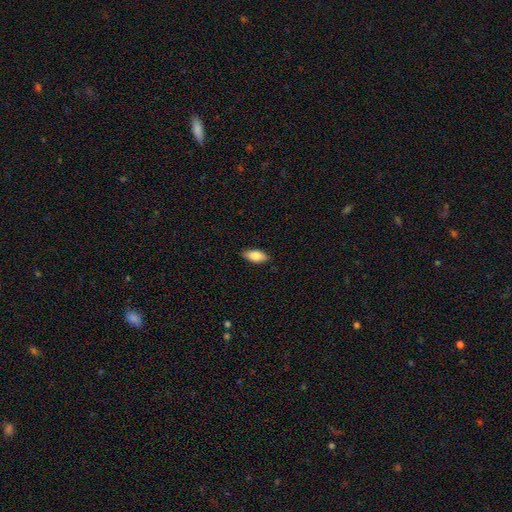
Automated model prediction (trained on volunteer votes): A smooth galaxy with no disk features (84%) that is in between round and cigar-shaped (87%). Merging: none (88%).